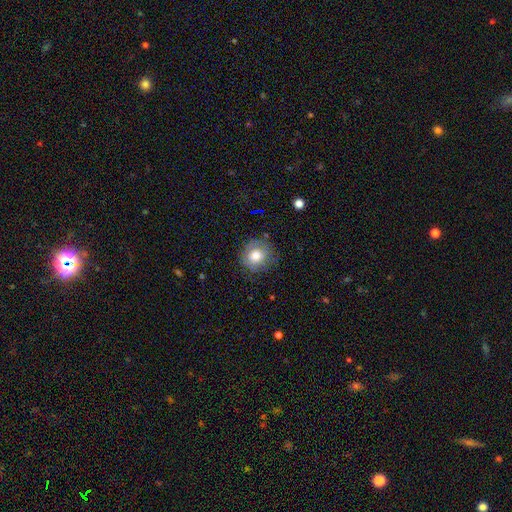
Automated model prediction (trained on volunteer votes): This is likely a smooth galaxy (75%). How rounded: clearly round (86%). Merging: likely none (77%).